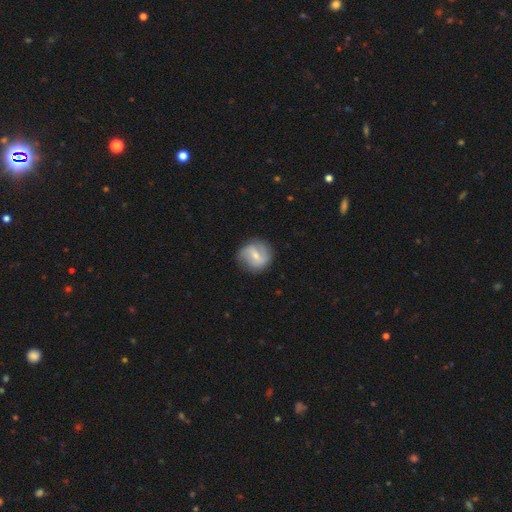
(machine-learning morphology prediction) featured or disk 59%, smooth 35%, star or artifact 7%. Down the decision tree: edge-on disk — no (96%); bar — weak (52%); spiral arms — yes (80%); bulge size — small (55%); merging — none (81%).